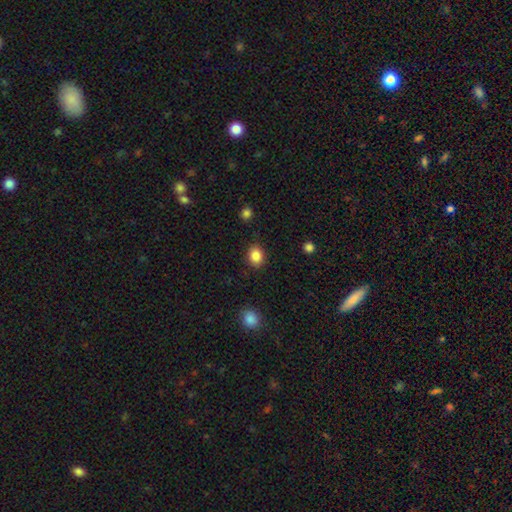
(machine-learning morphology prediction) Smooth or featured: smooth — 86% (star or artifact — 10%)
How rounded: round — 52% (in between — 47%)
Merging: none — 88% (minor disturbance — 8%)